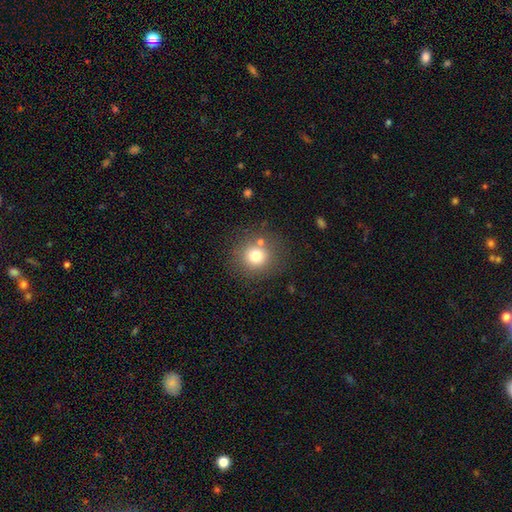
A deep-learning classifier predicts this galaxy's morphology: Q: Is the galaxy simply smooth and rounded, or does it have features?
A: smooth — 75%.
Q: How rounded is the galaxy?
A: round — 91%.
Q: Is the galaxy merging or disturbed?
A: none — 80%.